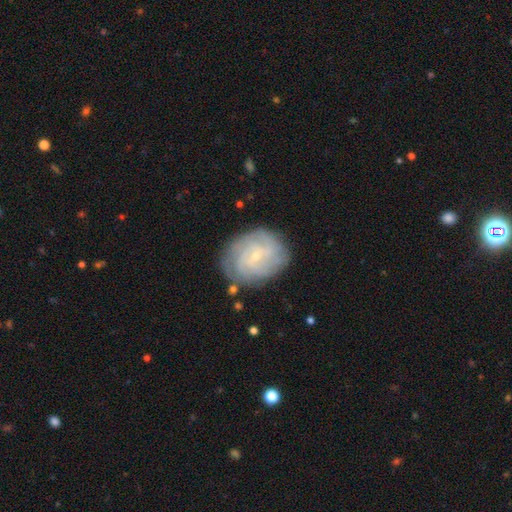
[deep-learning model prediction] smooth_or_featured: featured or disk (p=0.70) [alt: smooth p=0.22]
disk_edge_on: no (p=0.97) [alt: yes p=0.03]
bar: no (p=0.58) [alt: weak p=0.36]
has_spiral_arms: yes (p=0.88) [alt: no p=0.12]
spiral_winding: tight (p=0.67) [alt: medium p=0.25]
spiral_arm_count: can't tell (p=0.48) [alt: 4 p=0.14]
bulge_size: small (p=0.83) [alt: moderate p=0.12]
merging: none (p=0.77) [alt: minor disturbance p=0.16]